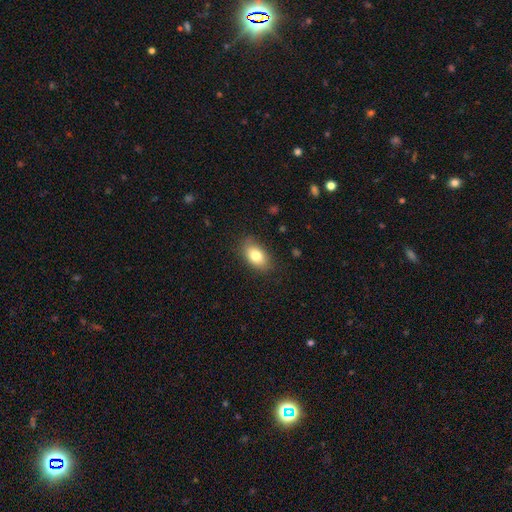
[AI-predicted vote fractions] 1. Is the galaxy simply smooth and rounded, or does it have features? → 80% smooth, 12% featured or disk, 8% star or artifact.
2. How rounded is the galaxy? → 88% in between, 10% round, 2% cigar-shaped.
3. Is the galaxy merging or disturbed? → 82% none, 13% minor disturbance, 3% major disturbance, 1% merger.